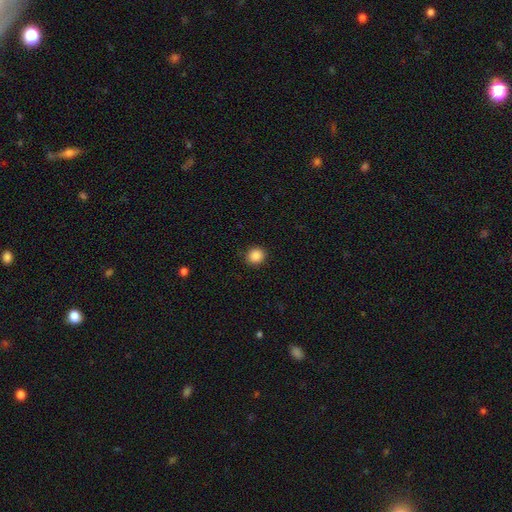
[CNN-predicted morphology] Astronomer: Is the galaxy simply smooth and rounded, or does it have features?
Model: smooth — 88%.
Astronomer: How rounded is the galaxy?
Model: round — 88%.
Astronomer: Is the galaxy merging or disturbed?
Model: none — 90%.